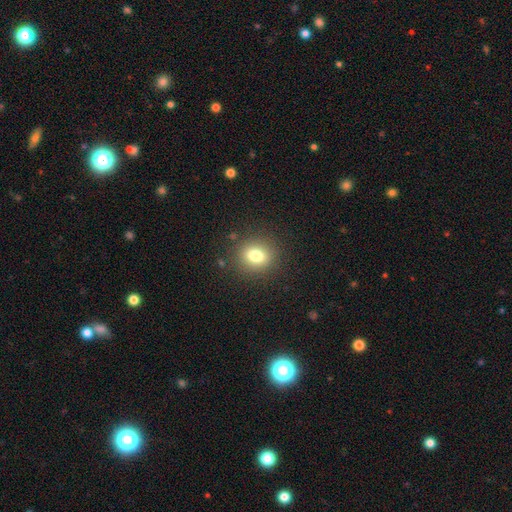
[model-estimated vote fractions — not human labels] smooth_or_featured: smooth (p=0.78) [alt: star or artifact p=0.12]
how_rounded: round (p=0.71) [alt: in between p=0.28]
merging: none (p=0.87) [alt: minor disturbance p=0.08]